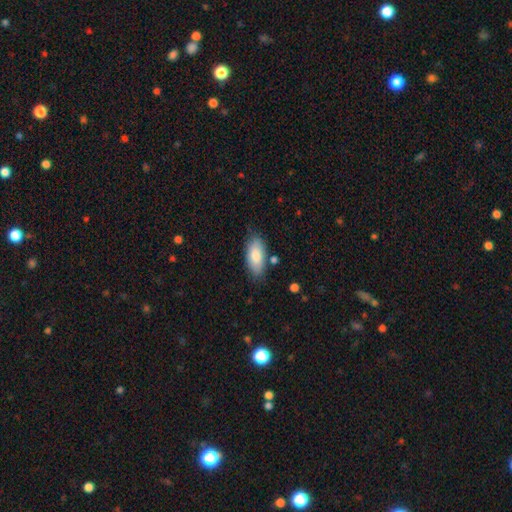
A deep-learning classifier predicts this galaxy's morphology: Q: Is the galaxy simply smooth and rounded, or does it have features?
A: smooth — 83%.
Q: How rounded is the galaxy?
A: in between — 90%.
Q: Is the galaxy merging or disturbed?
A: none — 77%.